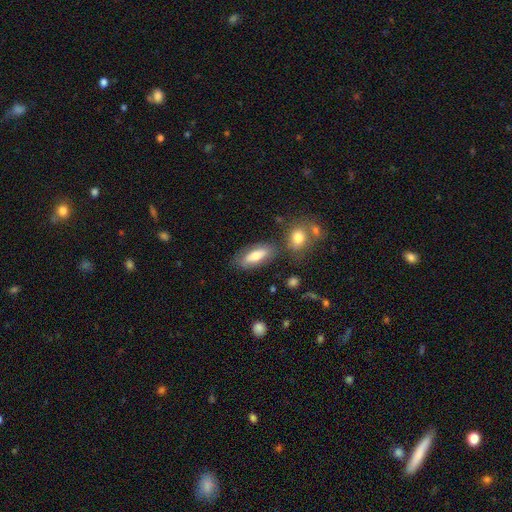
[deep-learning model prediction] smooth-or-featured: smooth: 70% | featured or disk: 24% | star or artifact: 7%
  how-rounded: in between: 76% | cigar-shaped: 21% | round: 3%
  merging: none: 70% | minor disturbance: 16% | merger: 9% | major disturbance: 5%